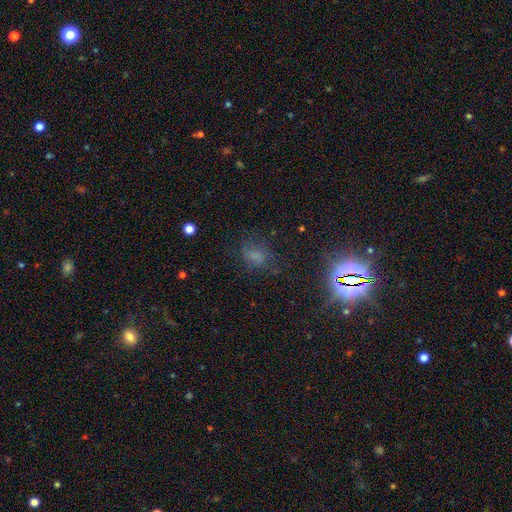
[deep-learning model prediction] A smooth galaxy with no disk features (53%) that is in between round and cigar-shaped (68%). Merging: none (59%).